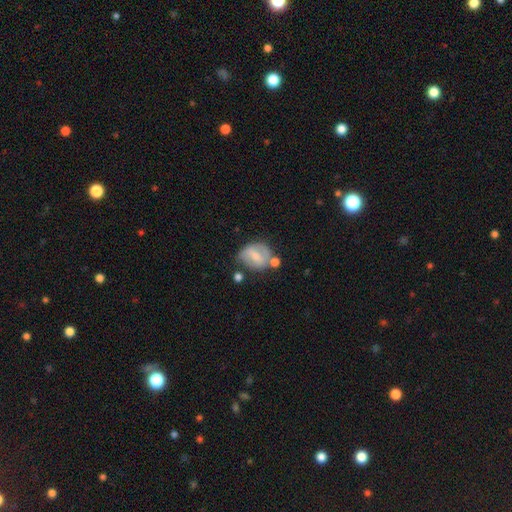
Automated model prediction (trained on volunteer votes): smooth_or_featured: featured or disk (p=0.47) [alt: smooth p=0.46]
merging: none (p=0.47) [alt: minor disturbance p=0.25]